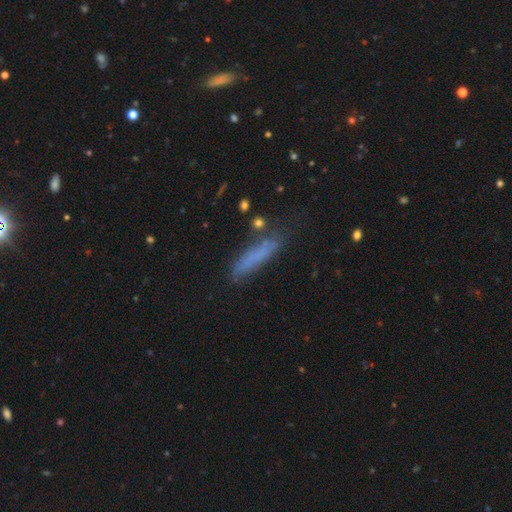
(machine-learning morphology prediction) This appears to be a smooth galaxy with no disk features (70%) that is cigar-shaped (84%). Merging: none (70%).